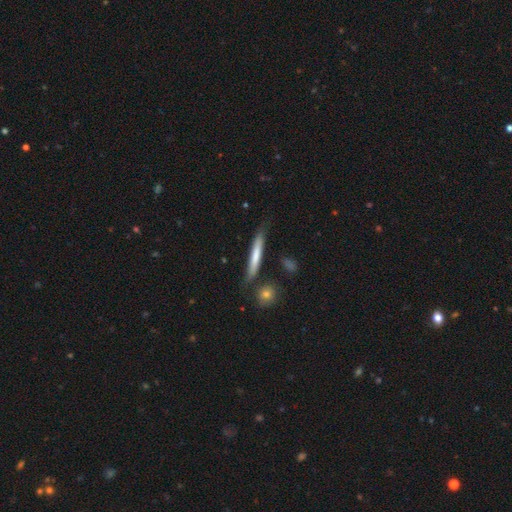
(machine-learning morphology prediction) Smooth or featured: smooth — 66% (featured or disk — 29%)
How rounded: cigar-shaped — 94% (in between — 5%)
Merging: none — 77% (minor disturbance — 16%)